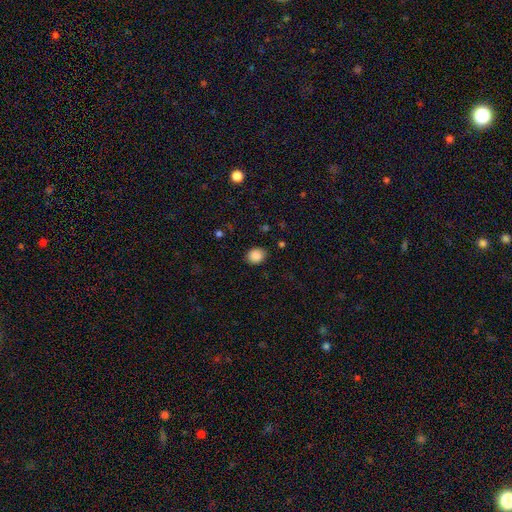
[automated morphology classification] type=smooth (87%); roundness=round (56%); merging=none (87%).